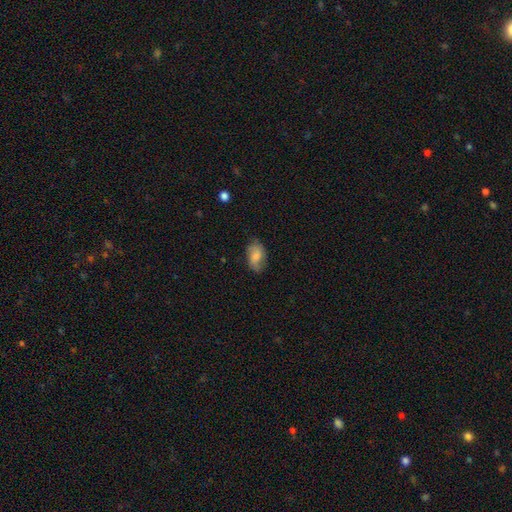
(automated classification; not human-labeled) Q: Smooth or featured?
A: smooth (69%); runner-up: featured or disk (23%)
Q: How rounded?
A: in between (91%); runner-up: round (7%)
Q: Merging?
A: none (71%); runner-up: minor disturbance (22%)